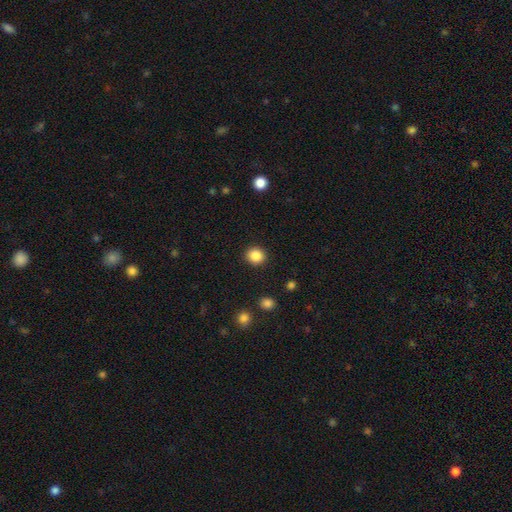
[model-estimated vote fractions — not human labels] Q: Smooth or featured?
A: smooth (86%); runner-up: star or artifact (10%)
Q: How rounded?
A: round (84%); runner-up: in between (15%)
Q: Merging?
A: none (91%); runner-up: minor disturbance (6%)